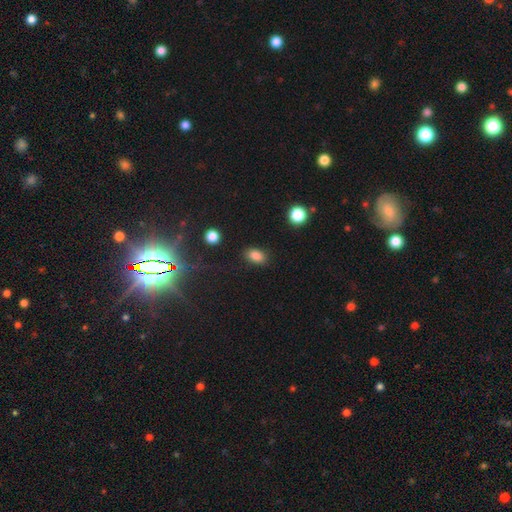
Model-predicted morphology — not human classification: smooth 85%, star or artifact 10%, featured or disk 4%. Down the decision tree: how rounded — in between (85%); merging — none (86%).